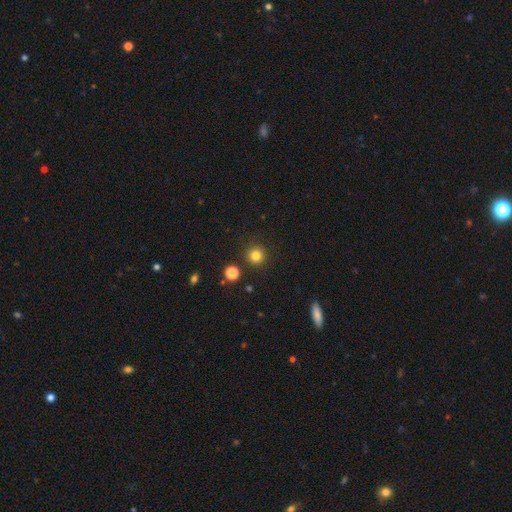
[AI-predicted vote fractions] smooth-or-featured: smooth: 82% | star or artifact: 13% | featured or disk: 4%
  how-rounded: round: 95% | in between: 4% | cigar-shaped: 1%
  merging: none: 90% | minor disturbance: 5% | merger: 2% | major disturbance: 2%